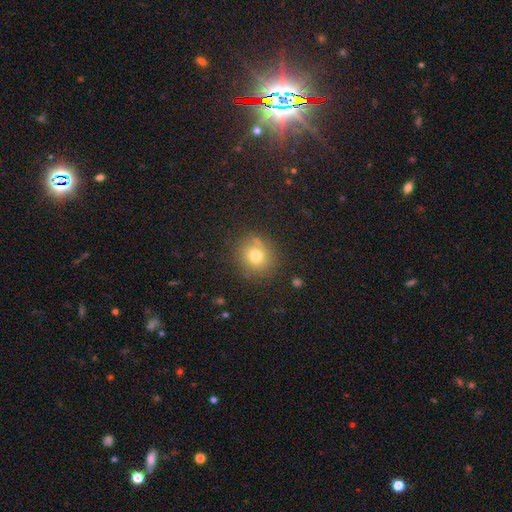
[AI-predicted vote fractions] A smooth galaxy with no disk features (74%) that is round (85%).

Vote fractions:
- Smooth or featured? smooth: 74% / star or artifact: 14% / featured or disk: 11%
- How rounded? round: 85% / in between: 14% / cigar-shaped: 1%
- Merging? none: 82% / minor disturbance: 12% / major disturbance: 4% / merger: 3%